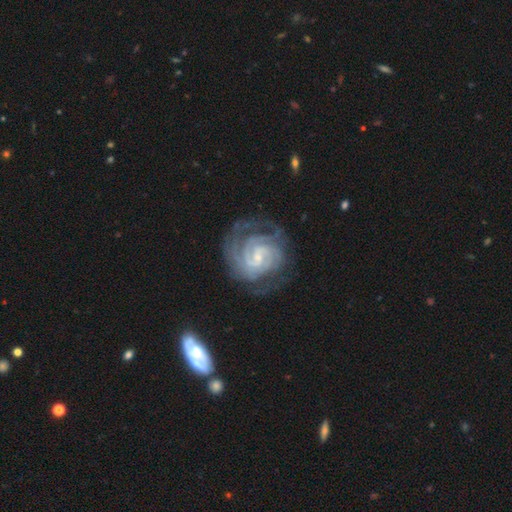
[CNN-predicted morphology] smooth_or_featured: featured or disk (p=0.80) [alt: smooth p=0.12]
disk_edge_on: no (p=0.97) [alt: yes p=0.03]
bar: weak (p=0.53) [alt: no p=0.28]
has_spiral_arms: yes (p=0.91) [alt: no p=0.09]
spiral_winding: tight (p=0.61) [alt: medium p=0.30]
spiral_arm_count: can't tell (p=0.39) [alt: 2 p=0.28]
bulge_size: small (p=0.55) [alt: moderate p=0.29]
merging: none (p=0.66) [alt: minor disturbance p=0.17]